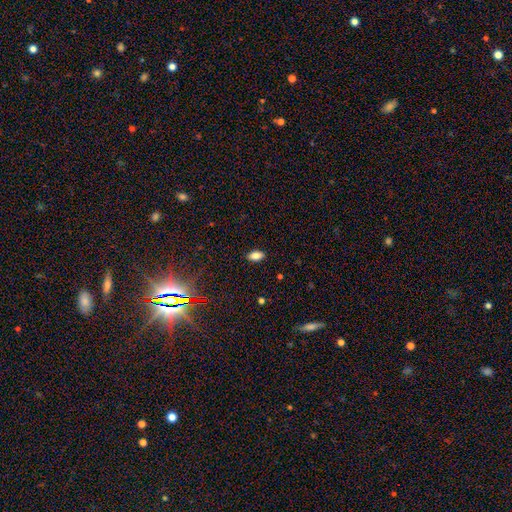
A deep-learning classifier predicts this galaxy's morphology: A smooth galaxy with no disk features (81%) that is in between round and cigar-shaped (90%).

Vote fractions:
- Smooth or featured? smooth: 81% / star or artifact: 11% / featured or disk: 7%
- How rounded? in between: 90% / round: 5% / cigar-shaped: 4%
- Merging? none: 88% / minor disturbance: 8% / major disturbance: 2% / merger: 1%